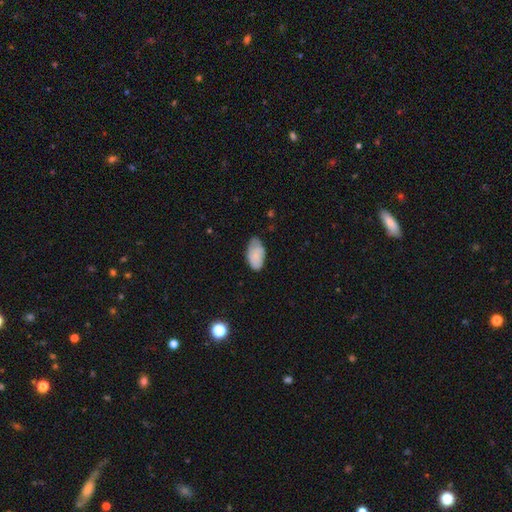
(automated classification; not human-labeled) Smooth or featured: smooth — 77% (featured or disk — 16%)
How rounded: in between — 94% (round — 4%)
Merging: none — 53% (minor disturbance — 37%)